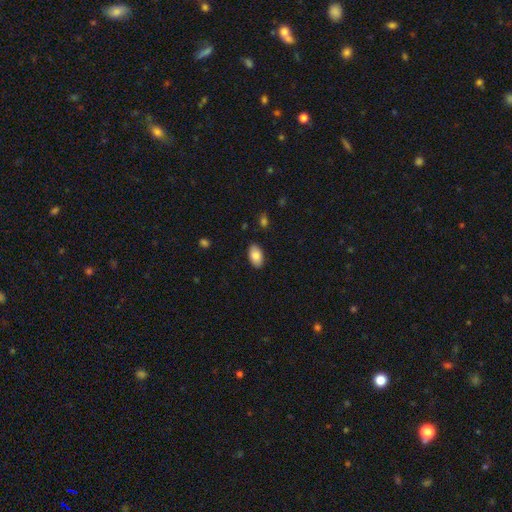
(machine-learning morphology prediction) smooth-or-featured: smooth: 86% | featured or disk: 7% | star or artifact: 7%
  how-rounded: in between: 94% | round: 5% | cigar-shaped: 2%
  merging: none: 88% | minor disturbance: 9% | major disturbance: 2% | merger: 1%